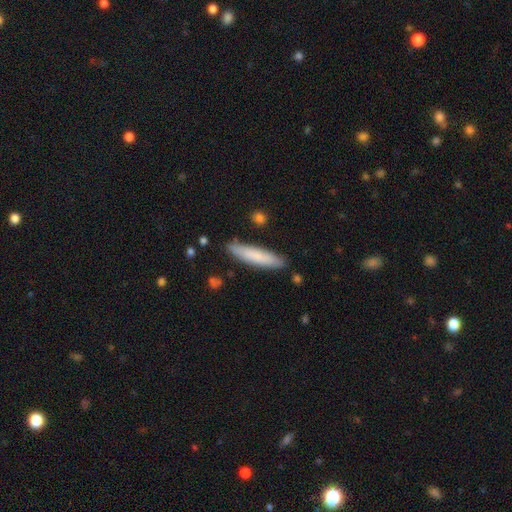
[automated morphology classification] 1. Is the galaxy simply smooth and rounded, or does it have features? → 77% smooth, 18% featured or disk, 6% star or artifact.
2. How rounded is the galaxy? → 87% cigar-shaped, 11% in between, 1% round.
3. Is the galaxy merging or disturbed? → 85% none, 11% minor disturbance, 2% merger, 2% major disturbance.